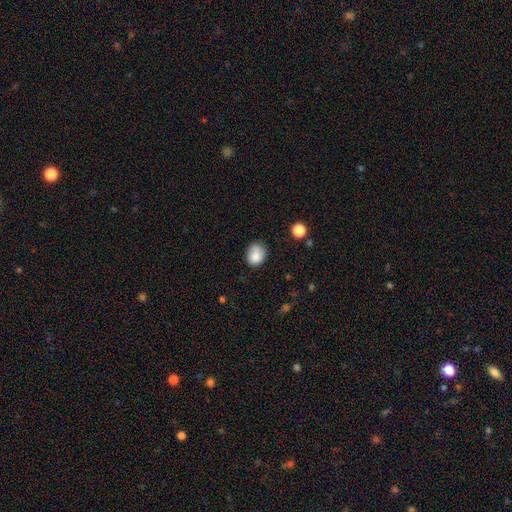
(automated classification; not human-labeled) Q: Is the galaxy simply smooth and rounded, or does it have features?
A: smooth — 84%.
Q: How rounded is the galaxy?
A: round — 61%.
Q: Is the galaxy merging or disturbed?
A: none — 69%.